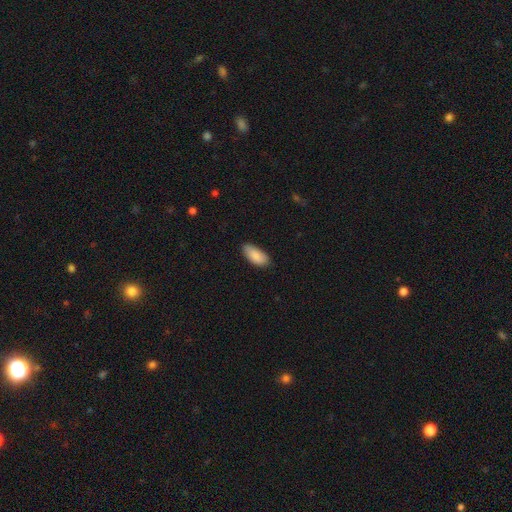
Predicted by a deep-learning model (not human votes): This is clearly a smooth galaxy (88%). How rounded: clearly in between (91%). Merging: clearly none (83%).